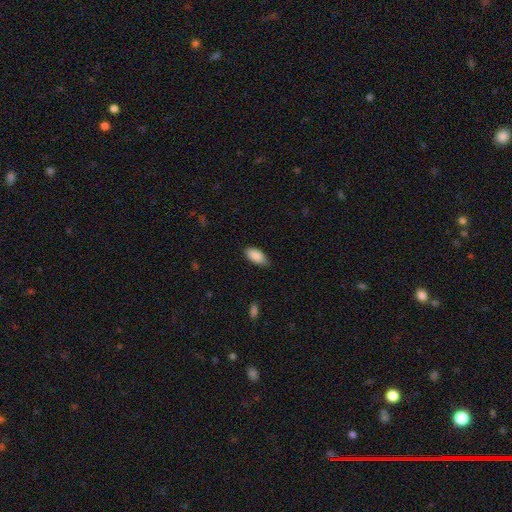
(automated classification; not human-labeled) A smooth galaxy with no disk features (89%) that is in between round and cigar-shaped (93%).

Vote fractions:
- Smooth or featured? smooth: 89% / star or artifact: 7% / featured or disk: 4%
- How rounded? in between: 93% / cigar-shaped: 5% / round: 2%
- Merging? none: 72% / minor disturbance: 23% / major disturbance: 4% / merger: 1%